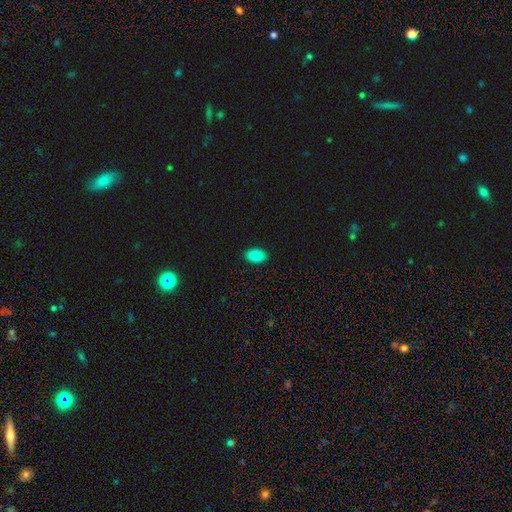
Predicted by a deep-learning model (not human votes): This is clearly a smooth galaxy (86%). How rounded: clearly in between (92%). Merging: clearly none (90%).